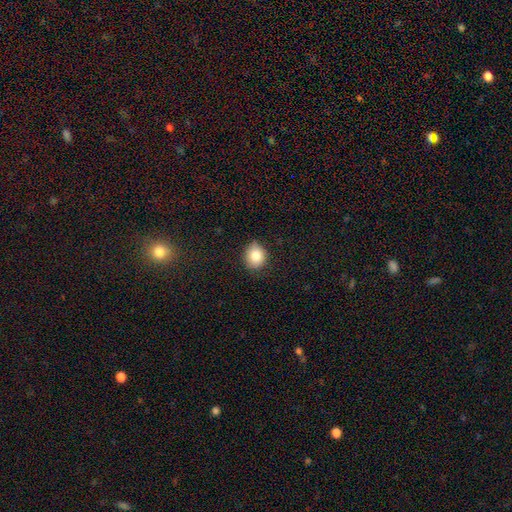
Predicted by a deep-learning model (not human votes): Overall: smooth (83%). How rounded: round (71%). Merging: none (79%).